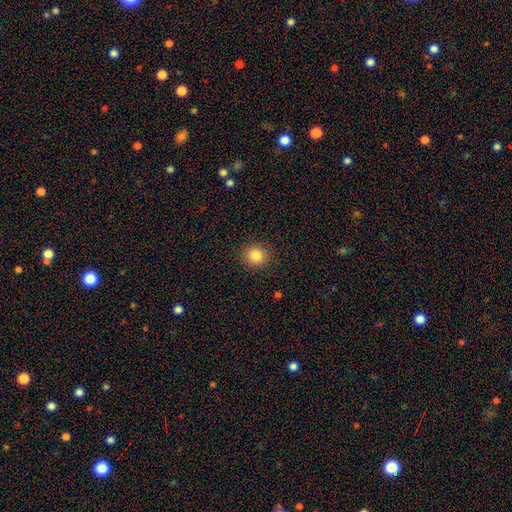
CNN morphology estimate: The model was most divided on "smooth or featured": smooth: 84%, star or artifact: 11%, featured or disk: 6%. More confident: merging — none (90%); how rounded — round (89%).